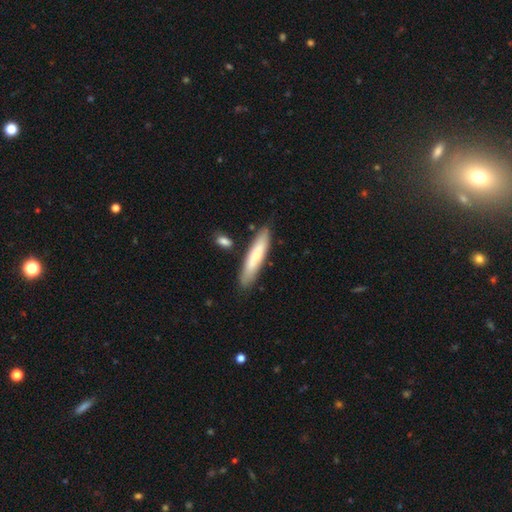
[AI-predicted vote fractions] Q: Smooth or featured?
A: smooth (64%); runner-up: featured or disk (30%)
Q: How rounded?
A: cigar-shaped (82%); runner-up: in between (17%)
Q: Merging?
A: none (83%); runner-up: minor disturbance (11%)